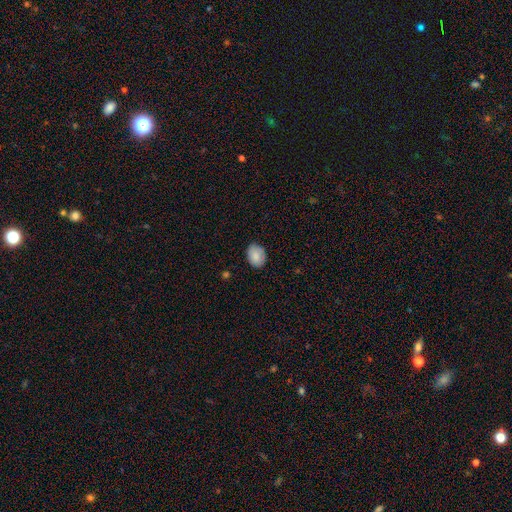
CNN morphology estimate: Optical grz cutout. It shows a smooth galaxy with no disk features (84%) that is in between round and cigar-shaped (68%). Merging: none (81%).